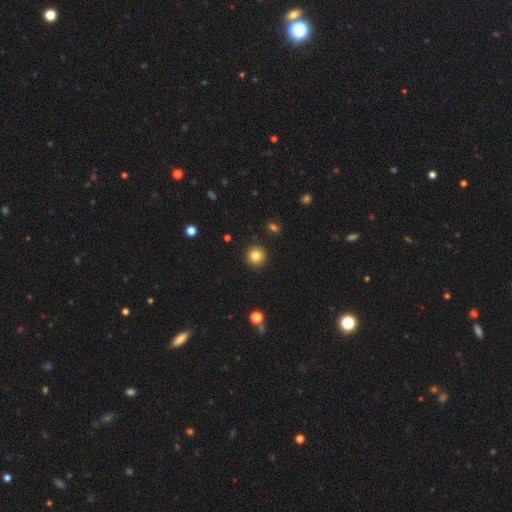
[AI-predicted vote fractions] A smooth galaxy with no disk features (83%) that is round (95%). Merging: none (92%).